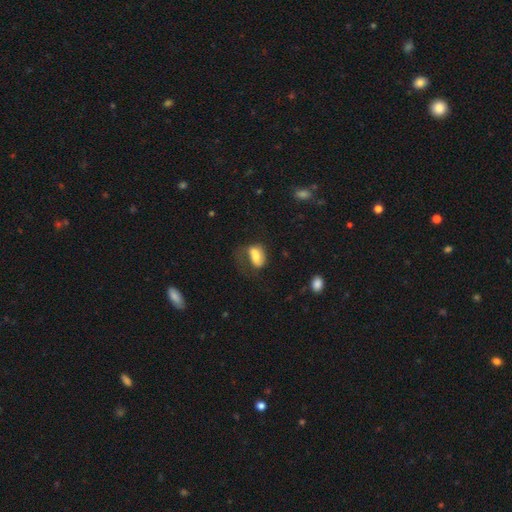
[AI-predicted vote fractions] Overall: smooth (60%; featured or disk 32%). How rounded: in between (83%). Merging: major disturbance (33%; none 28%).